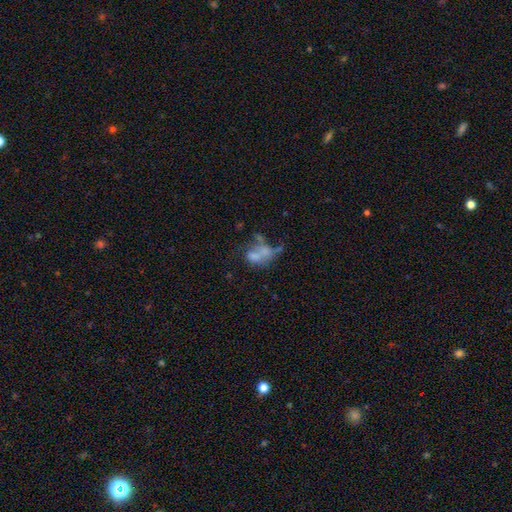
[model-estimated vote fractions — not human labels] This appears to be a featured or disk galaxy (44%). Merging: merger (38%).